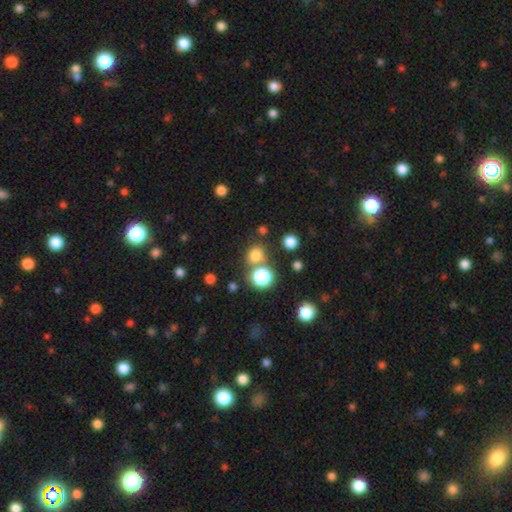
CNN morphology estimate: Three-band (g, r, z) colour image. It shows a smooth galaxy with no disk features (73%) that is round (80%). Merging: none (70%).